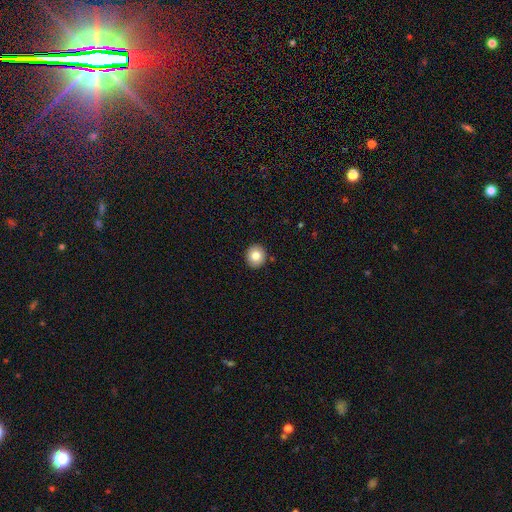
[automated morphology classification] Smooth or featured?
  - smooth: 80% *
  - featured or disk: 11%
  - star or artifact: 9%
How rounded?
  - round: 89% *
  - in between: 10%
  - cigar-shaped: 1%
Merging?
  - none: 92% *
  - minor disturbance: 6%
  - major disturbance: 2%
  - merger: 1%